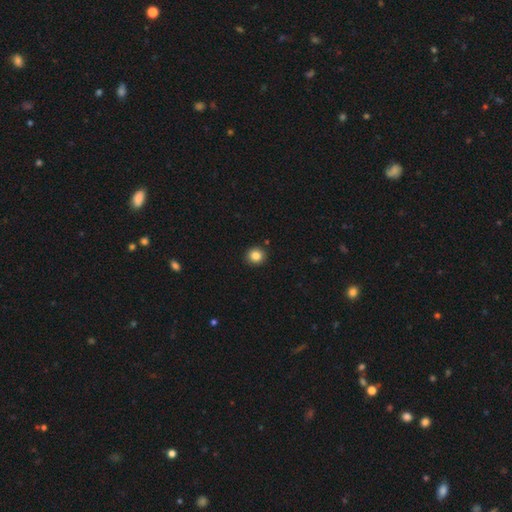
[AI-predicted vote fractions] smooth-or-featured: smooth: 85% | star or artifact: 10% | featured or disk: 5%
  how-rounded: round: 91% | in between: 8% | cigar-shaped: 1%
  merging: none: 92% | minor disturbance: 5% | major disturbance: 2% | merger: 1%